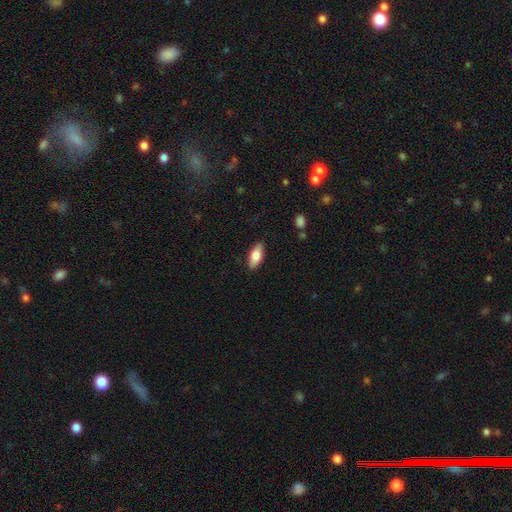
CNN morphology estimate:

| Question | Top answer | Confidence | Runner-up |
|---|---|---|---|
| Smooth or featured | smooth | 75% | featured or disk (18%) |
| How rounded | in between | 83% | cigar-shaped (14%) |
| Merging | none | 85% | minor disturbance (11%) |